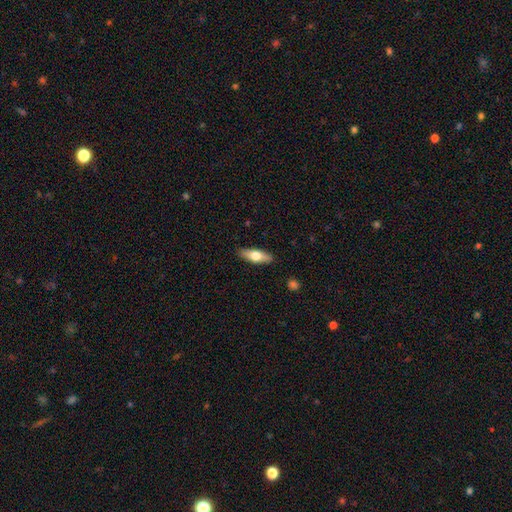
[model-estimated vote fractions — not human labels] smooth 63%, featured or disk 31%, star or artifact 6%. Down the decision tree: how rounded — in between (61%); merging — none (89%).